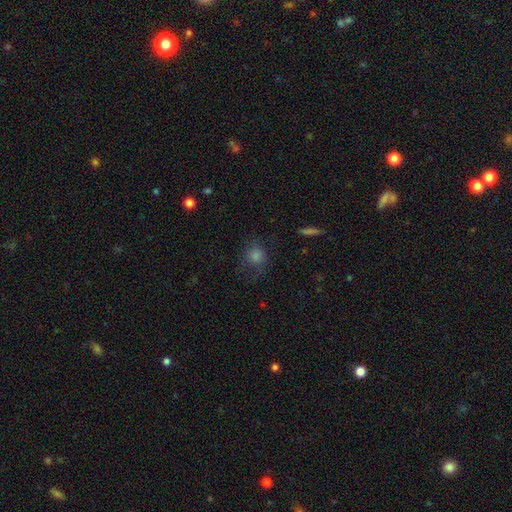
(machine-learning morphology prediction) Smooth or featured? Predicted: smooth (p=0.66). How rounded? Predicted: round (p=0.80). Merging? Predicted: none (p=0.62).